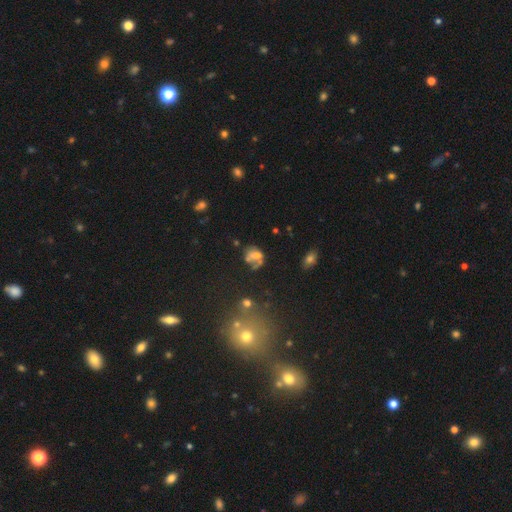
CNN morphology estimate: The model was most divided on "smooth or featured": smooth: 45%, featured or disk: 35%, star or artifact: 20%. Remaining: merging — none (34%).